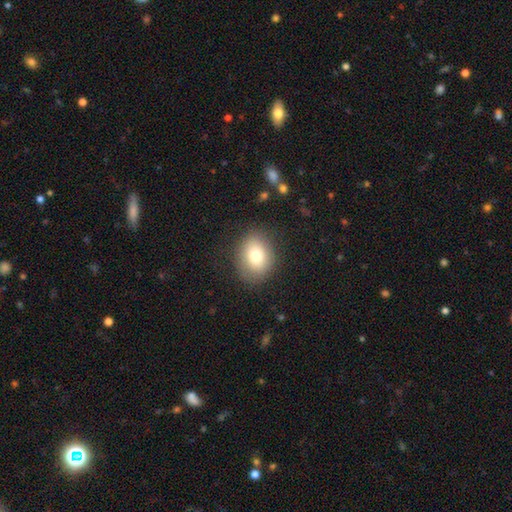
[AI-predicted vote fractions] The model was most divided on "how rounded": in between: 59%, round: 40%, cigar-shaped: 1%. More confident: merging — none (83%); smooth or featured — smooth (78%).